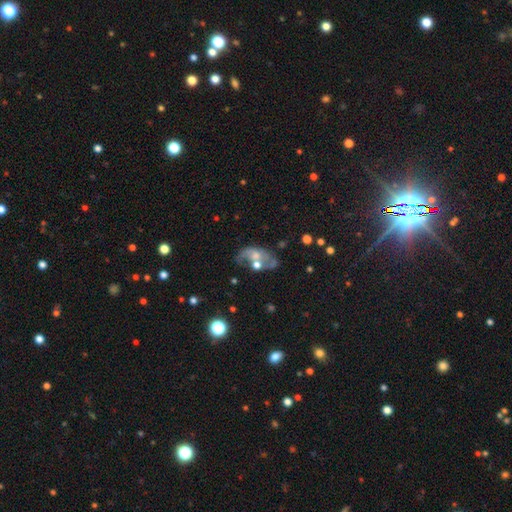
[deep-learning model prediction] Overall: featured or disk (62%; smooth 24%). Edge-on disk: no (95%). Bar: no (72%). Spiral arms: yes (59%; no 41%). Bulge size: moderate (44%; small 36%). Merging: none (33%; merger 29%).